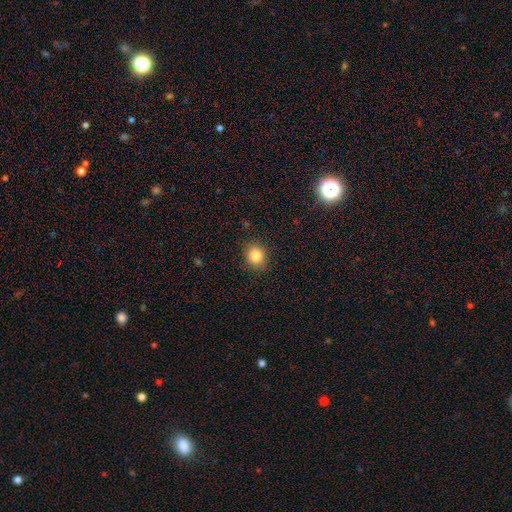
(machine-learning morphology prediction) Smooth or featured: smooth — 85% (star or artifact — 10%)
How rounded: round — 75% (in between — 24%)
Merging: none — 87% (minor disturbance — 9%)